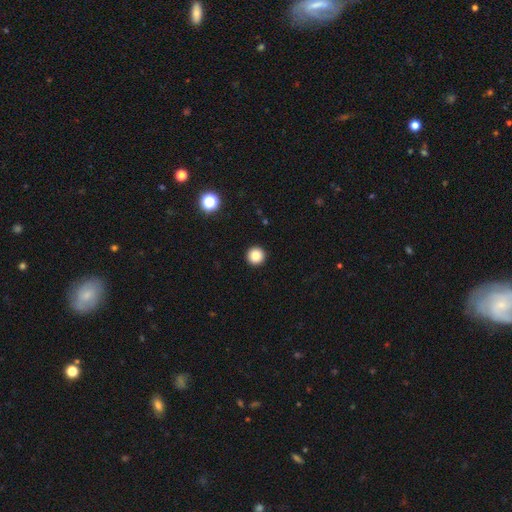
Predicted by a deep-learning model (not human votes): smooth 85%, star or artifact 11%, featured or disk 4%. Down the decision tree: how rounded — round (97%); merging — none (94%).